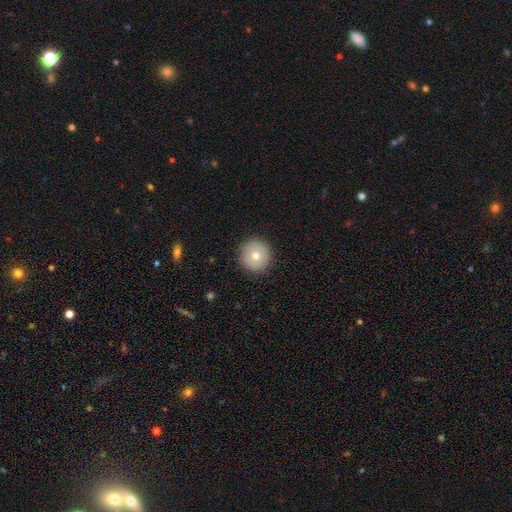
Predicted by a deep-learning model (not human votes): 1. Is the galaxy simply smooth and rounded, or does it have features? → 75% smooth, 17% featured or disk, 9% star or artifact.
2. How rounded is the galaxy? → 95% round, 4% in between, 1% cigar-shaped.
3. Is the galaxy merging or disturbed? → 91% none, 6% minor disturbance, 2% major disturbance, 1% merger.